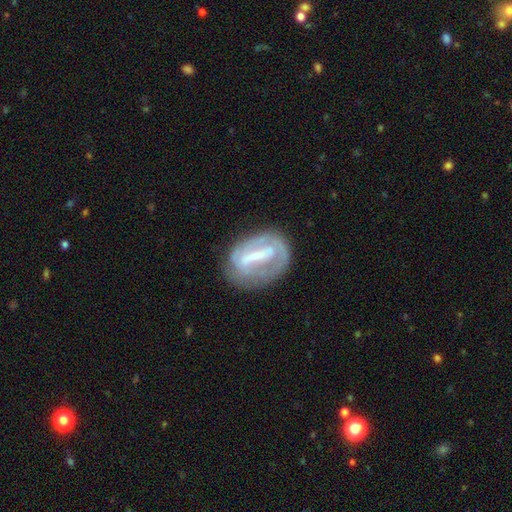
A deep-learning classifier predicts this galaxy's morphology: This is likely a featured or disk galaxy (69%). It is clearly not viewed edge-on (92%). Bar: likely strong (71%). Spiral arm pattern: possibly yes (53%). Central bulge: marginally small (38%). Merging: likely none (64%).